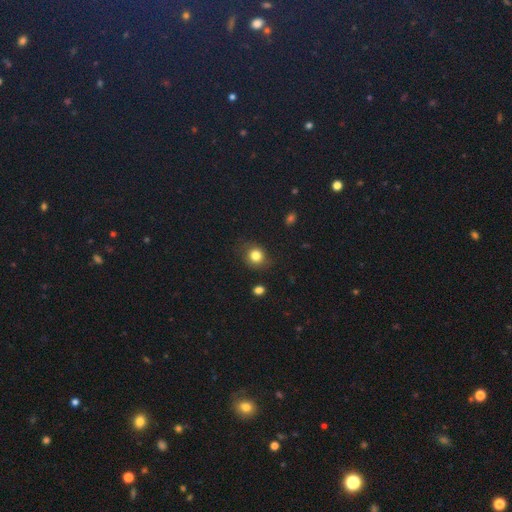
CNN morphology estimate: smooth_or_featured: smooth (p=0.82) [alt: star or artifact p=0.12]
how_rounded: round (p=0.79) [alt: in between p=0.20]
merging: none (p=0.80) [alt: minor disturbance p=0.14]